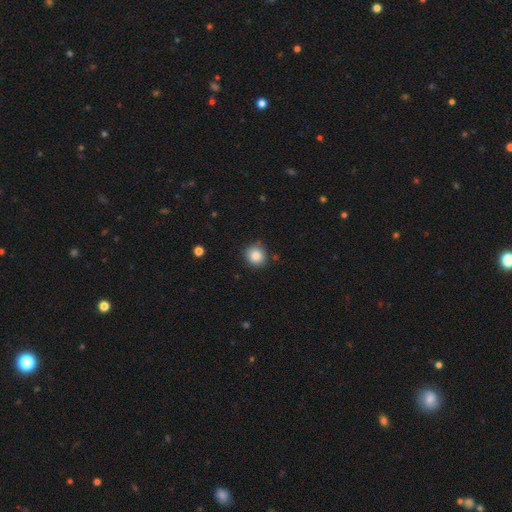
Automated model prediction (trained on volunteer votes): Overall: smooth (86%). How rounded: round (87%). Merging: none (83%).